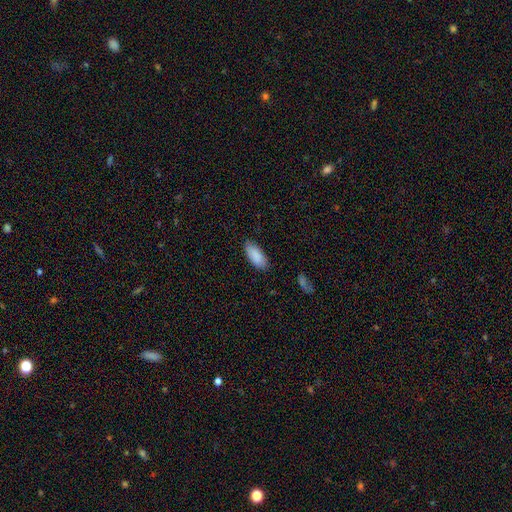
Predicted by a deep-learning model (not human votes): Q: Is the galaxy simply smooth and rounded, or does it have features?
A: smooth — 89%.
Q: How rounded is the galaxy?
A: in between — 88%.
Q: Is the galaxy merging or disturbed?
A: none — 83%.